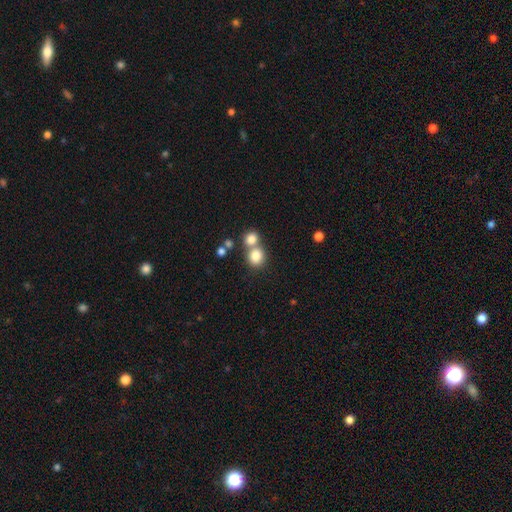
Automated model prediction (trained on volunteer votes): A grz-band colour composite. It shows a smooth galaxy with no disk features (80%) that is round (80%). Merging: none (46%).